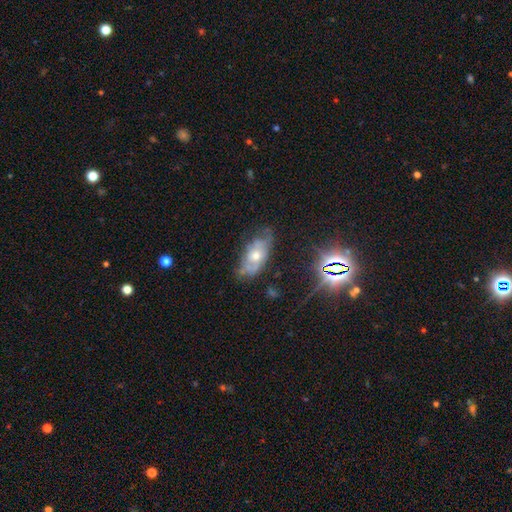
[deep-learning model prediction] Smooth or featured: featured or disk — 55% (smooth — 31%)
Edge-on disk: no — 86% (yes — 14%)
Merging: none — 54% (minor disturbance — 31%)